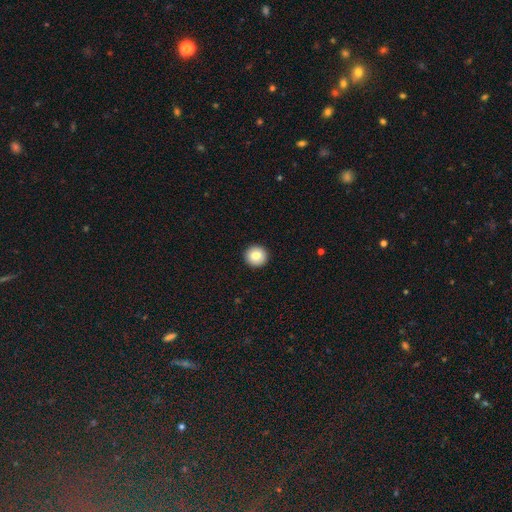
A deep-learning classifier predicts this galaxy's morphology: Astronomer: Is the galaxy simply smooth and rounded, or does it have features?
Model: smooth — 81%.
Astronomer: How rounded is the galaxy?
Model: round — 96%.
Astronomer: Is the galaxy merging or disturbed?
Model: none — 93%.